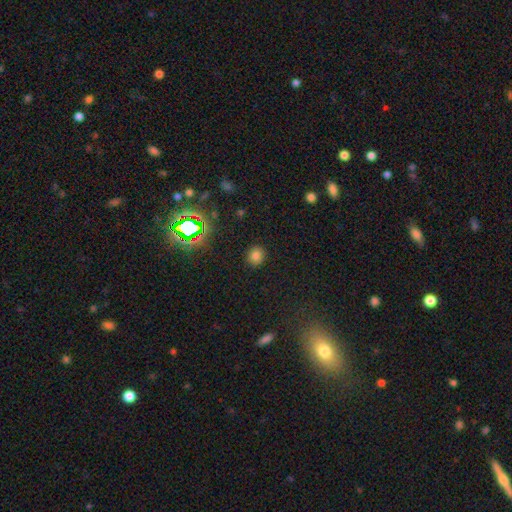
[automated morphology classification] Smooth or featured: smooth — 75% (star or artifact — 20%)
How rounded: round — 80% (in between — 19%)
Merging: none — 89% (minor disturbance — 7%)